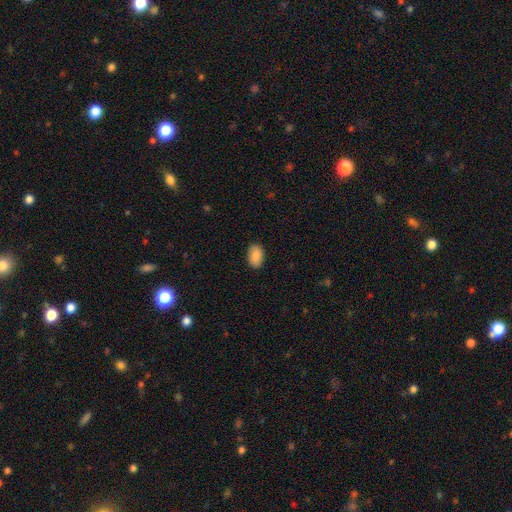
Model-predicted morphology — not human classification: The model was most divided on "merging": none: 87%, minor disturbance: 10%, major disturbance: 2%, merger: 1%. More confident: how rounded — in between (90%); smooth or featured — smooth (87%).